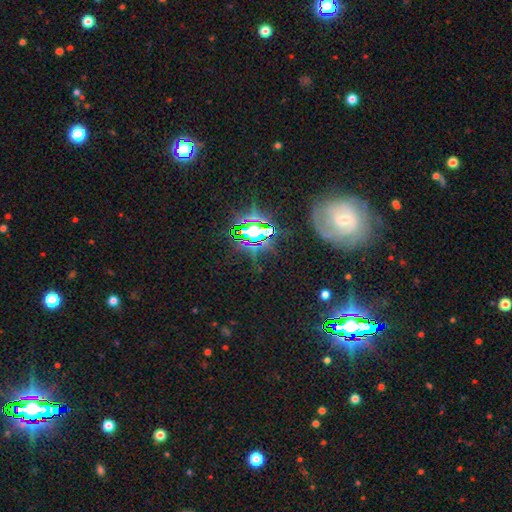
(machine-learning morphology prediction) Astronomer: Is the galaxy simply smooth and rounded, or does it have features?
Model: star or artifact — 67%.